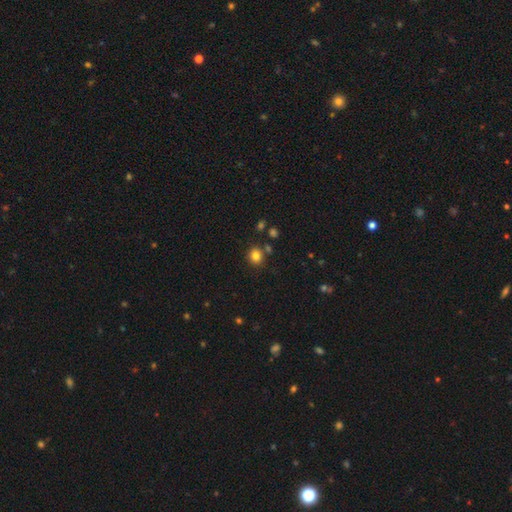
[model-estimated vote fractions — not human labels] The model was most divided on "how rounded": round: 83%, in between: 16%, cigar-shaped: 1%. More confident: smooth or featured — smooth (82%); merging — none (82%).